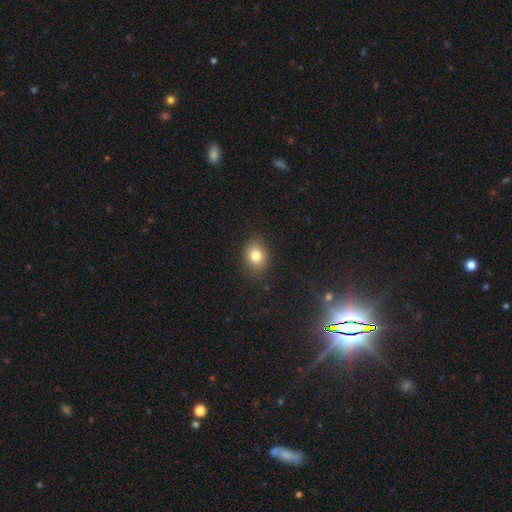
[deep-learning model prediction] Smooth or featured: smooth — 81% (star or artifact — 11%)
How rounded: in between — 53% (round — 46%)
Merging: none — 85% (minor disturbance — 11%)